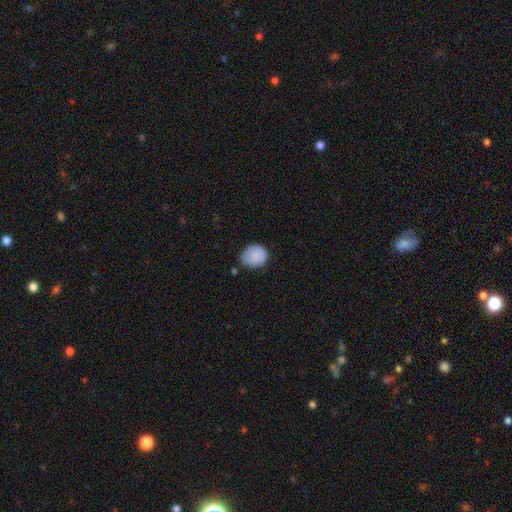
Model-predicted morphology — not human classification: smooth-or-featured: smooth: 87% | star or artifact: 8% | featured or disk: 5%
  how-rounded: round: 60% | in between: 39% | cigar-shaped: 1%
  merging: none: 61% | minor disturbance: 30% | major disturbance: 5% | merger: 4%